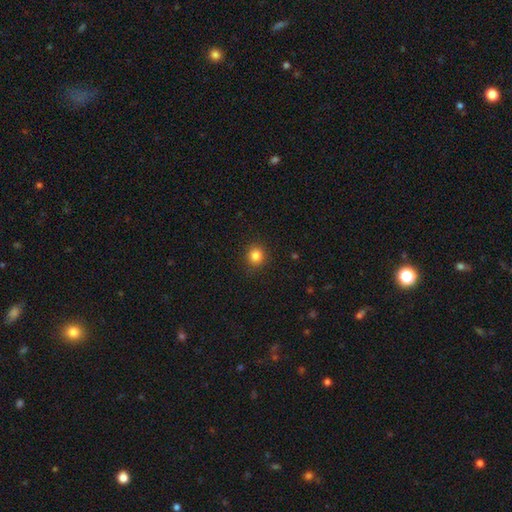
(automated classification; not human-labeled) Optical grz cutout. It shows a smooth galaxy with no disk features (84%) that is round (90%). Merging: none (90%).